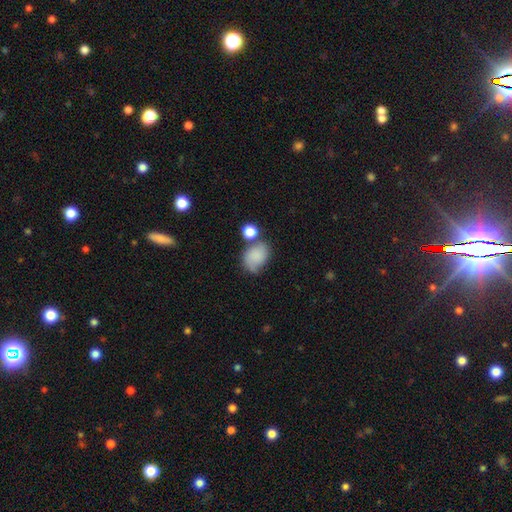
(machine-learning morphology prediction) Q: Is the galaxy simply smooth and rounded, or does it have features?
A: smooth — 78%.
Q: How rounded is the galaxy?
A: in between — 63%.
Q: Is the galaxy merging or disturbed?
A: none — 47%.